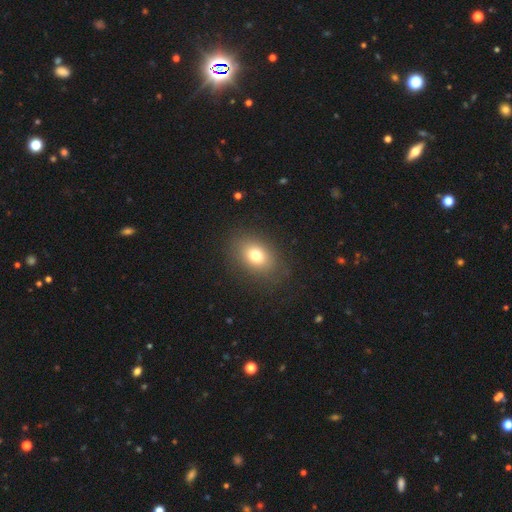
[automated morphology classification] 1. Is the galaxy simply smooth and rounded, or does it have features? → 76% smooth, 12% featured or disk, 12% star or artifact.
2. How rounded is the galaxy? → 70% in between, 28% round, 1% cigar-shaped.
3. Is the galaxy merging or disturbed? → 84% none, 10% minor disturbance, 5% major disturbance, 1% merger.